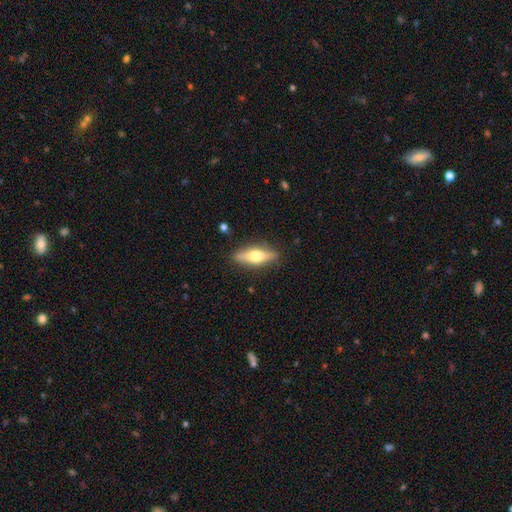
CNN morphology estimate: Smooth or featured?
  - smooth: 47% *
  - featured or disk: 46%
  - star or artifact: 6%
Merging?
  - none: 86% *
  - minor disturbance: 11%
  - major disturbance: 2%
  - merger: 1%